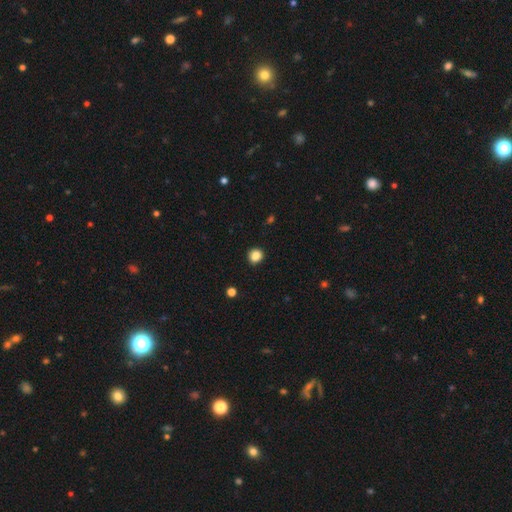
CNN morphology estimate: This appears to be a smooth galaxy with no disk features (86%) that is round (86%). Merging: none (90%).